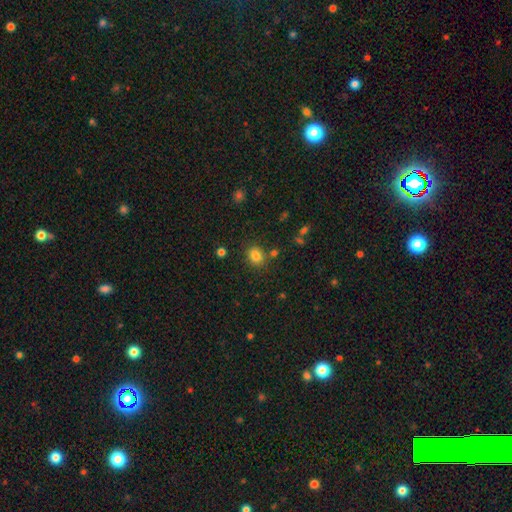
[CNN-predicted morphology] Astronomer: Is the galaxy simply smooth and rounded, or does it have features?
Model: smooth — 82%.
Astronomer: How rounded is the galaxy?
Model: in between — 53% (runner-up: round, 46%).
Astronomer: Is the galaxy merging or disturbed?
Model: none — 78%.